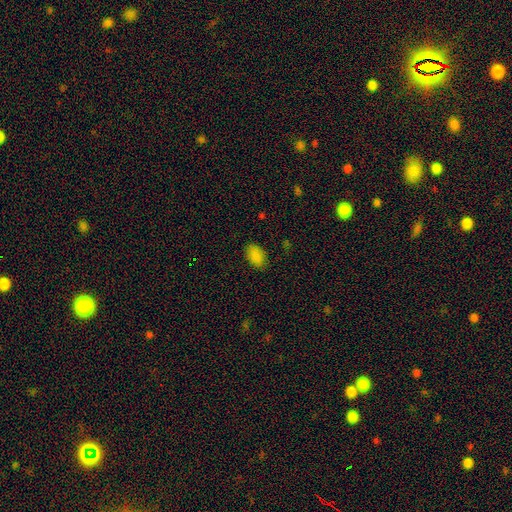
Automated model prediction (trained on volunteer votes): smooth 85%, star or artifact 11%, featured or disk 3%. Down the decision tree: how rounded — in between (91%); merging — none (84%).